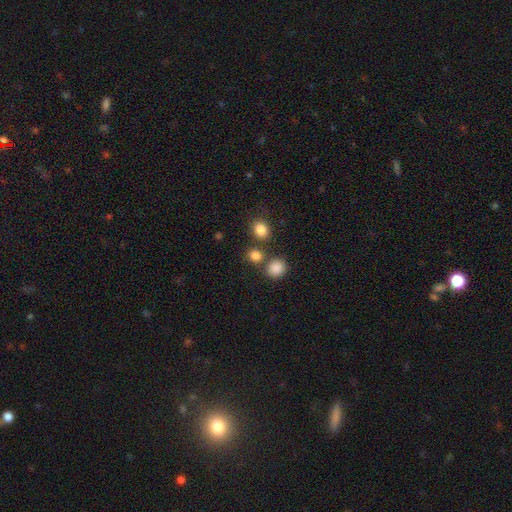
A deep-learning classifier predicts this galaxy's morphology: Smooth or featured?
  - smooth: 83% *
  - star or artifact: 12%
  - featured or disk: 5%
How rounded?
  - round: 78% *
  - in between: 21%
  - cigar-shaped: 1%
Merging?
  - none: 70% *
  - merger: 18%
  - minor disturbance: 9%
  - major disturbance: 4%